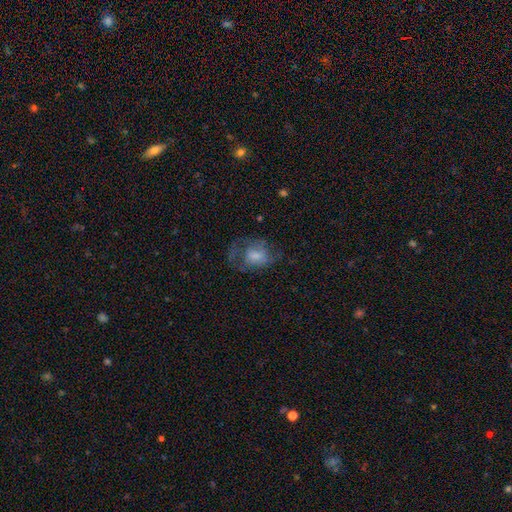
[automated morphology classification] The model was most divided on "merging": major disturbance: 39%, none: 37%, minor disturbance: 22%, merger: 2%. Remaining: smooth or featured — smooth (49%).